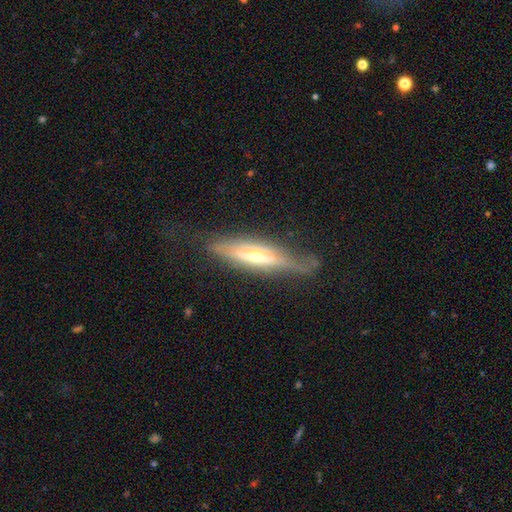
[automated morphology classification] type=featured or disk (73%); edge-on=yes (89%); edge-on bulge=rounded (76%); merging=none (67%).